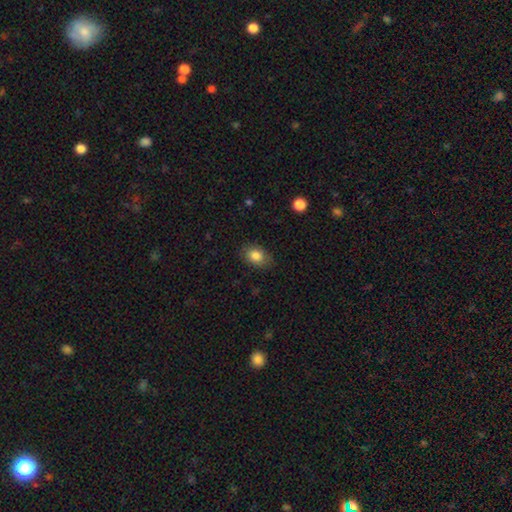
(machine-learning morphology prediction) type=smooth (84%); roundness=in between (75%); merging=none (82%).